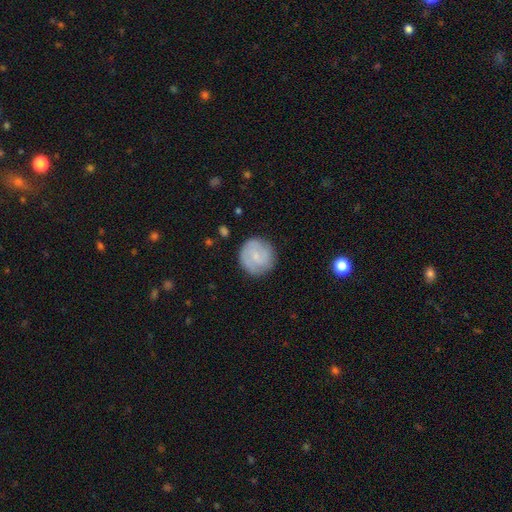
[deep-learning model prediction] Smooth or featured: smooth — 52% (featured or disk — 41%)
How rounded: round — 94% (in between — 5%)
Merging: none — 83% (minor disturbance — 12%)